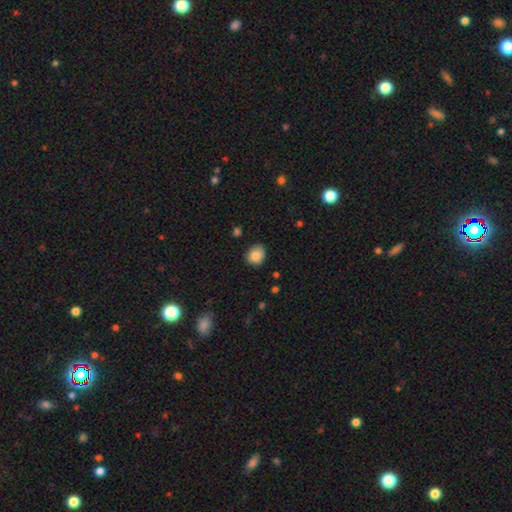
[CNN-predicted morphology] The model was most divided on "how rounded": round: 72%, in between: 27%, cigar-shaped: 1%. More confident: smooth or featured — smooth (84%); merging — none (78%).